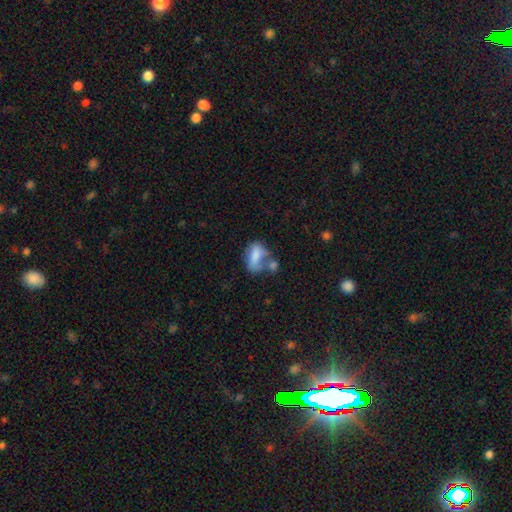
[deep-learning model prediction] Smooth or featured? Predicted: smooth (p=0.69). How rounded? Predicted: in between (p=0.87). Merging? Predicted: merger (p=0.40).